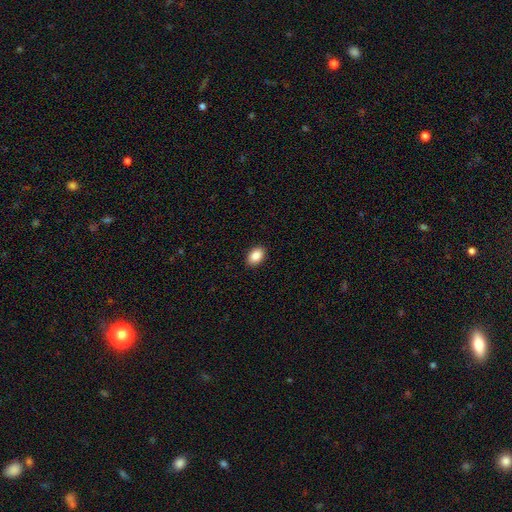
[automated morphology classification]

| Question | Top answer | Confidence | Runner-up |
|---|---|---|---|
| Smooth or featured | smooth | 88% | star or artifact (8%) |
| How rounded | in between | 85% | round (13%) |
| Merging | none | 90% | minor disturbance (7%) |